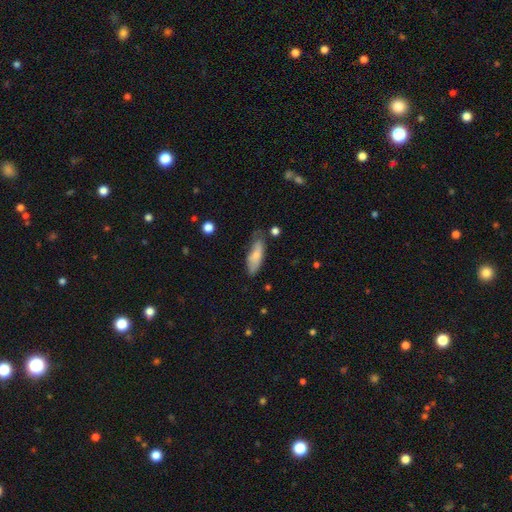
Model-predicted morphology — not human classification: Q: Smooth or featured?
A: smooth (72%); runner-up: featured or disk (22%)
Q: How rounded?
A: in between (64%); runner-up: cigar-shaped (34%)
Q: Merging?
A: none (56%); runner-up: minor disturbance (32%)